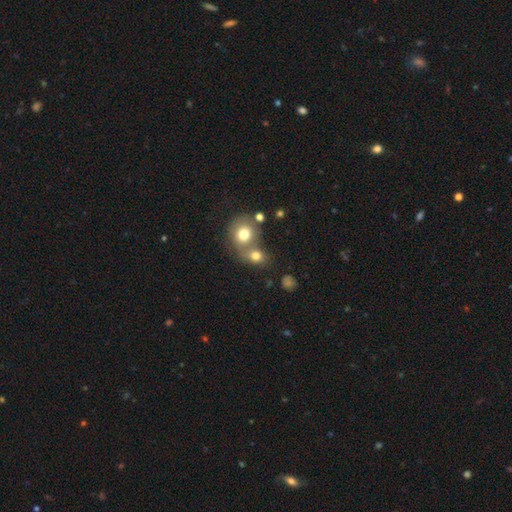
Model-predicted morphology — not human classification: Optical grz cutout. It shows a smooth galaxy with no disk features (75%) that is round (69%). Merging: merger (54%).